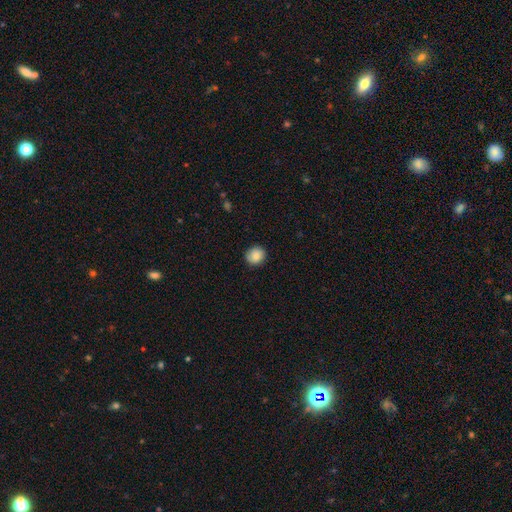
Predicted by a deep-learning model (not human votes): Overall: smooth (87%). How rounded: round (86%). Merging: none (88%).